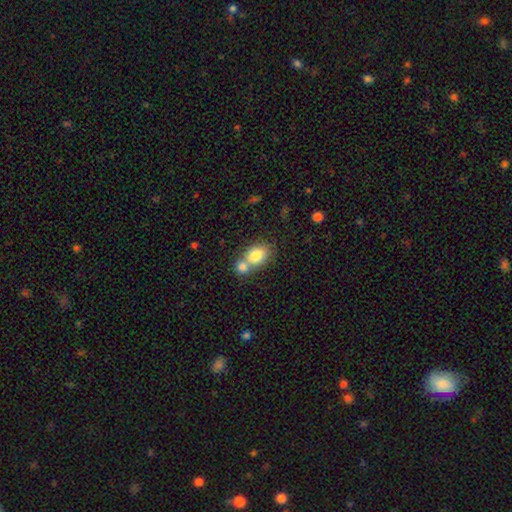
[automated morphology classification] type=smooth (80%); roundness=in between (62%); merging=merger (54%).